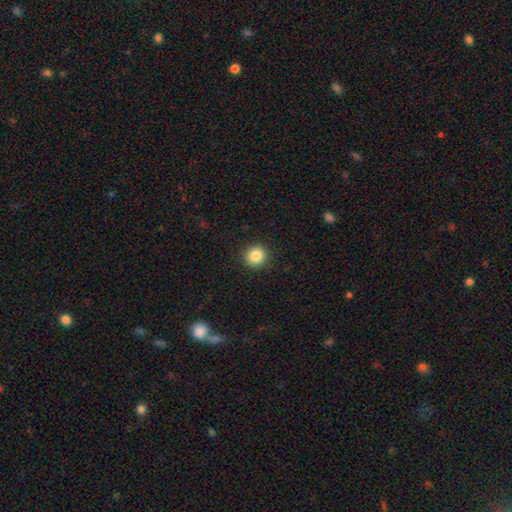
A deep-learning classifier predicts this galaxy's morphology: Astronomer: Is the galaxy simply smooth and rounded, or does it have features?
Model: smooth — 85%.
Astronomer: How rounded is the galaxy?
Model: round — 92%.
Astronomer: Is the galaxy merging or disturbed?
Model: none — 91%.